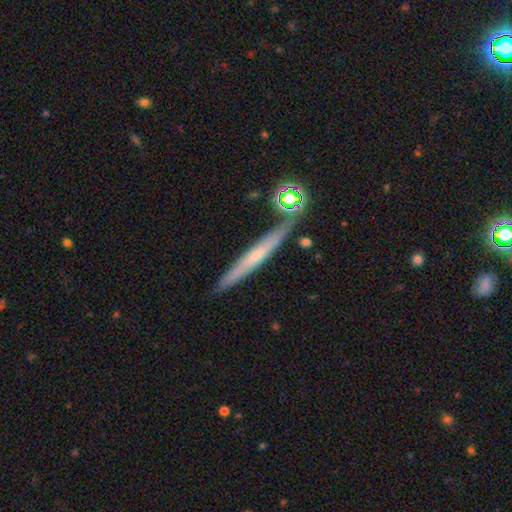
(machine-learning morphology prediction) Smooth or featured?
  - featured or disk: 48% *
  - smooth: 42%
  - star or artifact: 10%
Merging?
  - none: 82% *
  - minor disturbance: 11%
  - merger: 4%
  - major disturbance: 3%